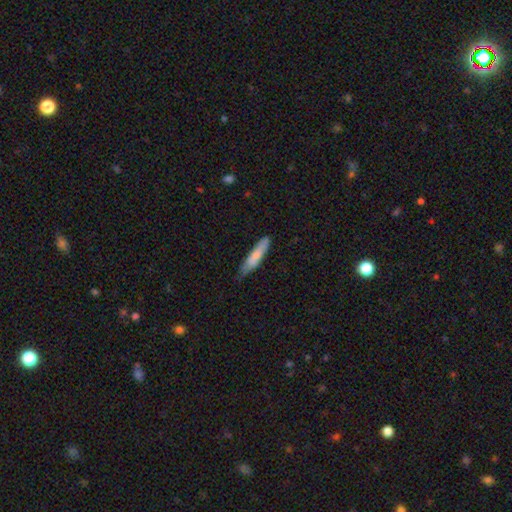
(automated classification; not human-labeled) Morphology: type=smooth (74%); roundness=cigar-shaped (82%); merging=none (64%).